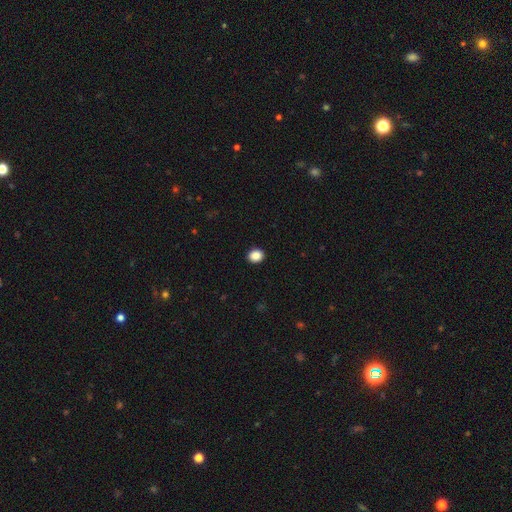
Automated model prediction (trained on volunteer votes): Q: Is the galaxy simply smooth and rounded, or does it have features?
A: smooth — 89%.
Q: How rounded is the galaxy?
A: round — 65%.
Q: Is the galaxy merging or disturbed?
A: none — 92%.